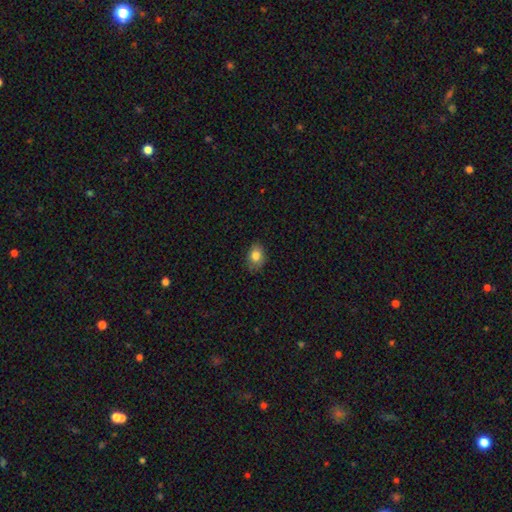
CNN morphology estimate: The model was most divided on "how rounded": in between: 71%, round: 28%, cigar-shaped: 1%. More confident: smooth or featured — smooth (82%); merging — none (80%).